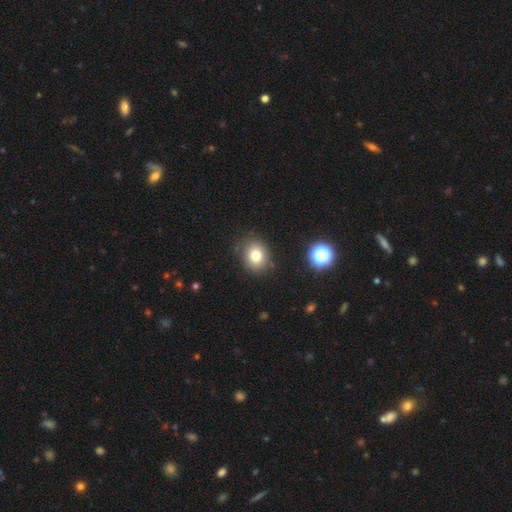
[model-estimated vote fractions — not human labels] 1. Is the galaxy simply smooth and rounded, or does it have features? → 79% smooth, 12% star or artifact, 9% featured or disk.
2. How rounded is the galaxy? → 59% round, 40% in between, 1% cigar-shaped.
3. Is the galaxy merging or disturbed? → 82% none, 12% minor disturbance, 3% major disturbance, 3% merger.